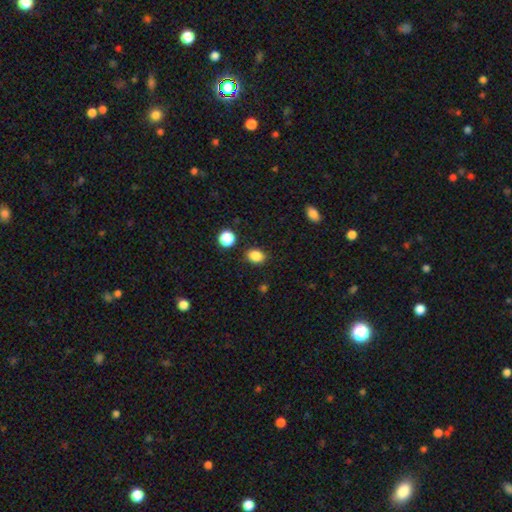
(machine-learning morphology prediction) Smooth or featured? Predicted: smooth (p=0.86). How rounded? Predicted: in between (p=0.57). Merging? Predicted: none (p=0.86).